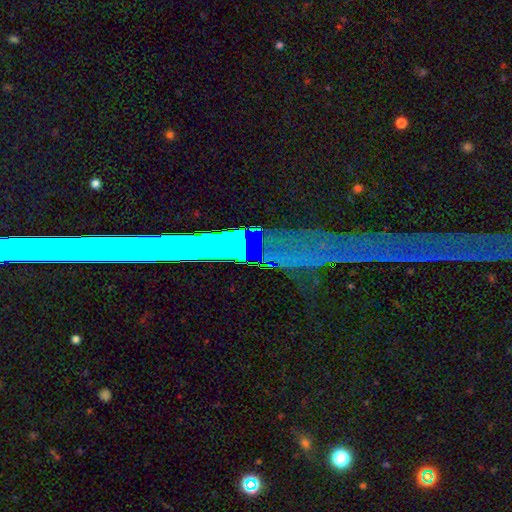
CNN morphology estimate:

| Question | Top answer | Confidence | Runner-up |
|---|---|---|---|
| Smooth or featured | star or artifact | 60% | featured or disk (26%) |